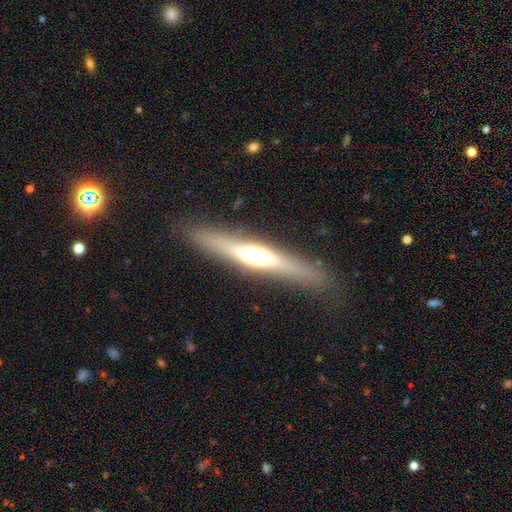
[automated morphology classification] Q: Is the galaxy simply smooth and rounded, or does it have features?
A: featured or disk — 64%.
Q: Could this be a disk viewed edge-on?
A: yes — 93%.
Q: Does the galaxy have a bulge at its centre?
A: rounded — 91%.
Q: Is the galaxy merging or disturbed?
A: none — 87%.